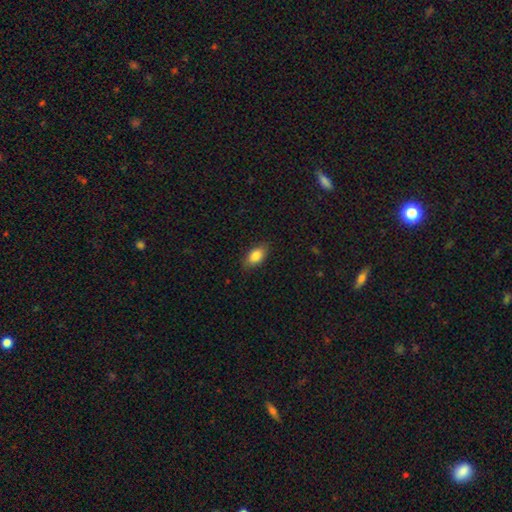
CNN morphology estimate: smooth_or_featured: smooth (p=0.86) [alt: star or artifact p=0.07]
how_rounded: in between (p=0.89) [alt: round p=0.06]
merging: none (p=0.84) [alt: minor disturbance p=0.12]